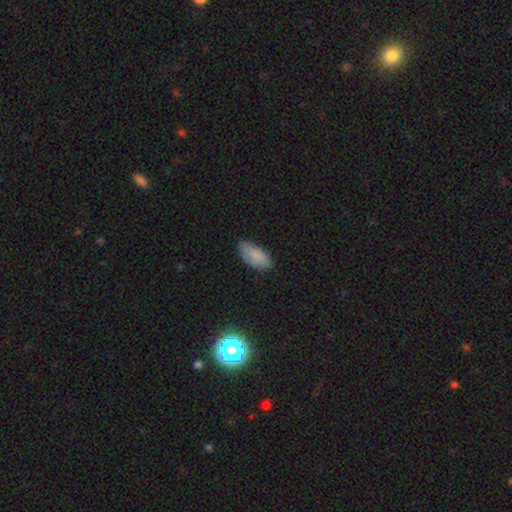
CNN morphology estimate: smooth_or_featured: smooth (p=0.86) [alt: star or artifact p=0.07]
how_rounded: in between (p=0.91) [alt: cigar-shaped p=0.07]
merging: none (p=0.75) [alt: minor disturbance p=0.20]